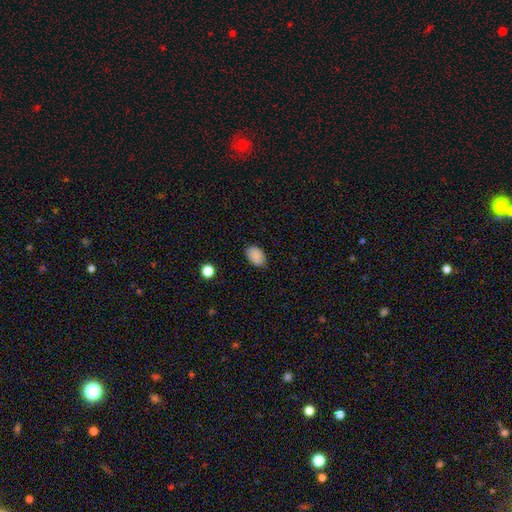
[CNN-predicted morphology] smooth 88%, star or artifact 8%, featured or disk 4%. Down the decision tree: how rounded — in between (85%); merging — none (82%).